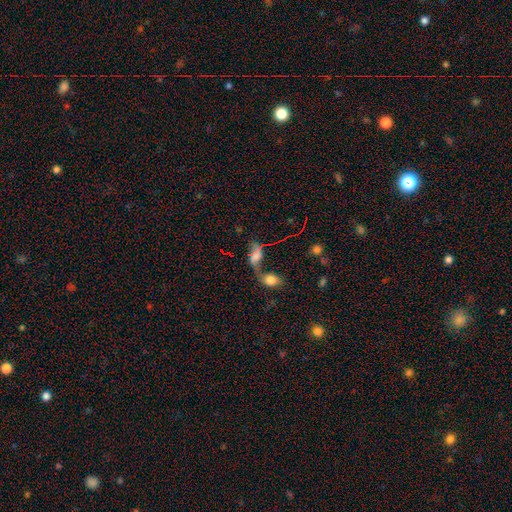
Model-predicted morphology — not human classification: Smooth or featured: smooth — 52% (featured or disk — 28%)
How rounded: in between — 81% (round — 11%)
Merging: merger — 51% (none — 23%)